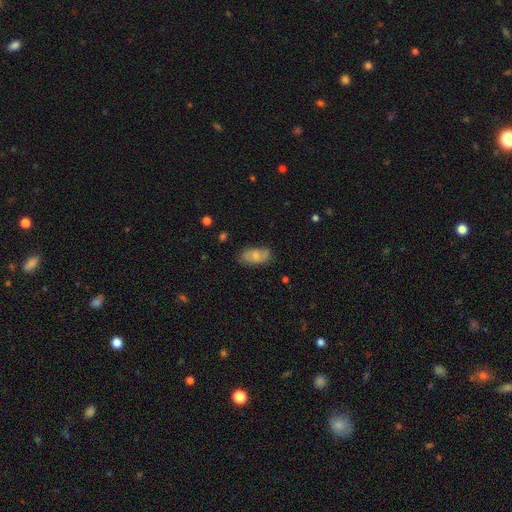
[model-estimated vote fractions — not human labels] smooth_or_featured: smooth (p=0.59) [alt: featured or disk p=0.34]
how_rounded: in between (p=0.92) [alt: round p=0.04]
merging: none (p=0.74) [alt: minor disturbance p=0.19]